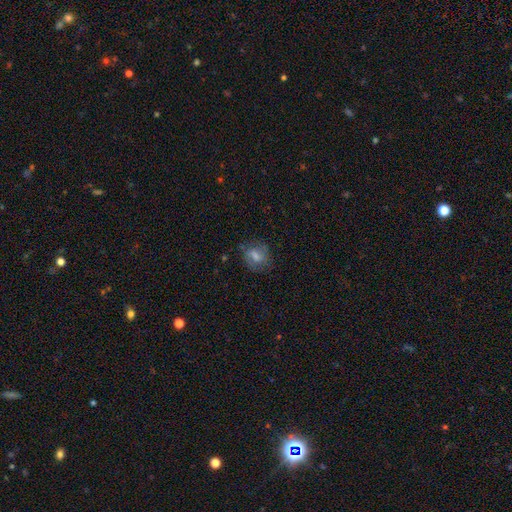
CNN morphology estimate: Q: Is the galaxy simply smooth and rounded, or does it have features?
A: smooth — 61%.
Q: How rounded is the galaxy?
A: round — 55%.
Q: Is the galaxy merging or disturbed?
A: none — 64%.